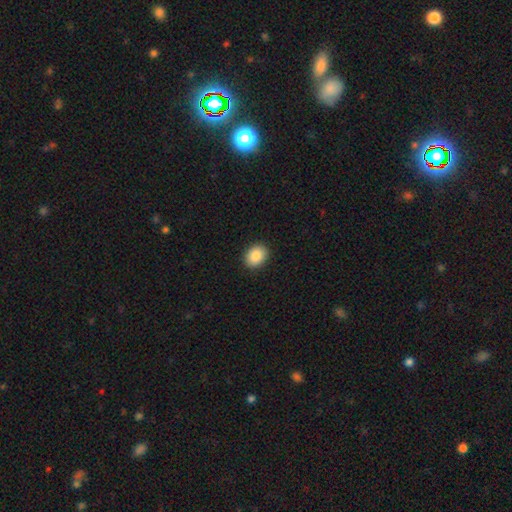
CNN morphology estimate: Smooth or featured: smooth — 88% (star or artifact — 8%)
How rounded: in between — 63% (round — 36%)
Merging: none — 90% (minor disturbance — 7%)